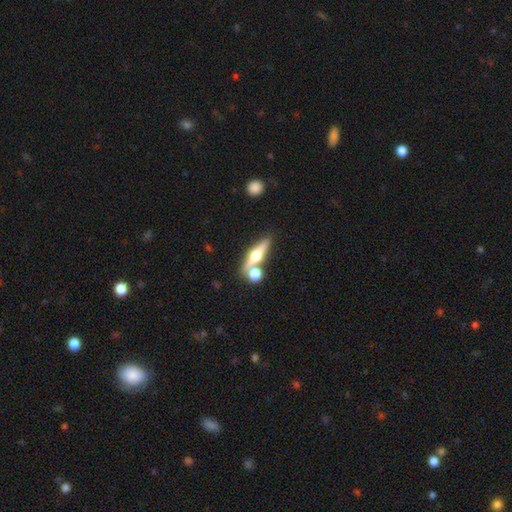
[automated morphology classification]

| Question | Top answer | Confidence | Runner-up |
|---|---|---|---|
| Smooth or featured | featured or disk | 60% | smooth (32%) |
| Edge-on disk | yes | 91% | no (9%) |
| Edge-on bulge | rounded | 96% | boxy (2%) |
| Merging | none | 66% | merger (21%) |